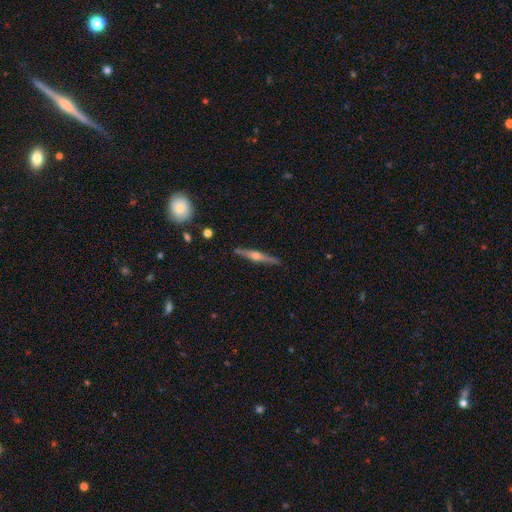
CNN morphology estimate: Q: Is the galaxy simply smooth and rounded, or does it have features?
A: featured or disk — 79%.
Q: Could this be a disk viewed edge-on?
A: yes — 98%.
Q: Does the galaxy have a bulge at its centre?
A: rounded — 90%.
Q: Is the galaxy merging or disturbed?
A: none — 89%.